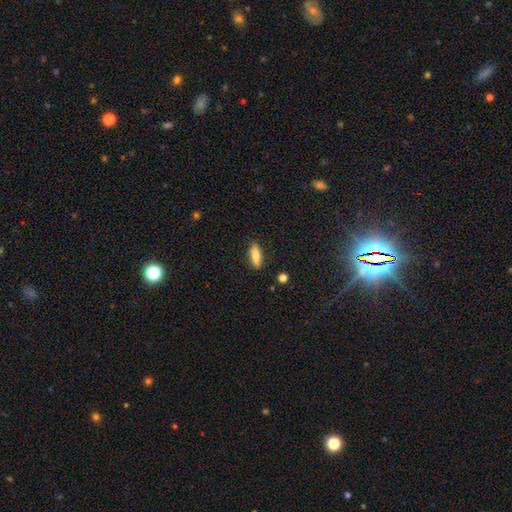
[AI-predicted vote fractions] A smooth galaxy with no disk features (77%) that is in between round and cigar-shaped (58%).

Vote fractions:
- Smooth or featured? smooth: 77% / featured or disk: 16% / star or artifact: 7%
- How rounded? in between: 58% / cigar-shaped: 40% / round: 3%
- Merging? none: 85% / minor disturbance: 12% / major disturbance: 2% / merger: 2%